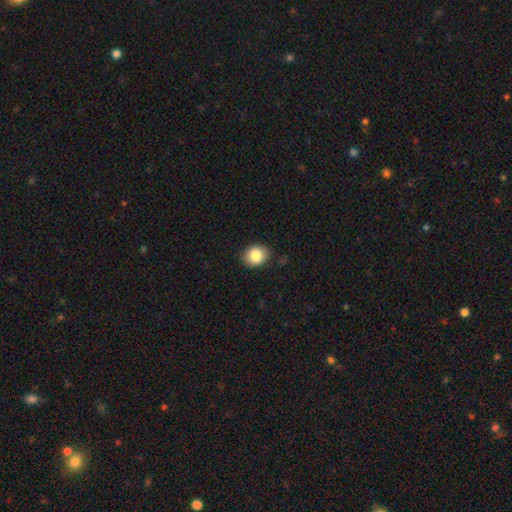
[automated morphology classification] Q: Smooth or featured?
A: smooth (84%); runner-up: star or artifact (9%)
Q: How rounded?
A: round (59%); runner-up: in between (40%)
Q: Merging?
A: none (89%); runner-up: minor disturbance (8%)